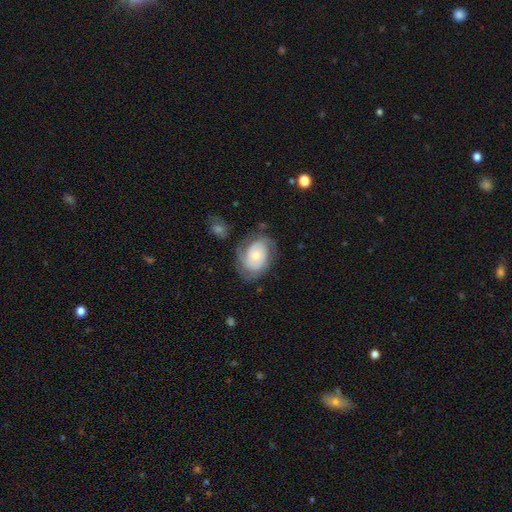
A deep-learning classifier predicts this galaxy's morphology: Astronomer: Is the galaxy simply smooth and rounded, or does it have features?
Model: featured or disk — 61%.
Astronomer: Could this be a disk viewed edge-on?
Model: no — 97%.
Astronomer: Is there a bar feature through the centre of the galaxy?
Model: no — 76%.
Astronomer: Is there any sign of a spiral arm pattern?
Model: yes — 85%.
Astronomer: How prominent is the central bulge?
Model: small — 51% (runner-up: moderate, 36%).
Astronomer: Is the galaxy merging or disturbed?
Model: none — 59%.